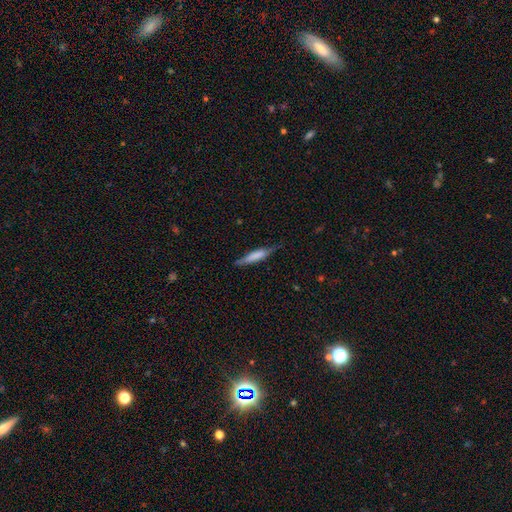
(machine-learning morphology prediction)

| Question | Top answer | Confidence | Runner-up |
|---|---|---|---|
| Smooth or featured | smooth | 62% | featured or disk (32%) |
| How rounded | cigar-shaped | 83% | in between (15%) |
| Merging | none | 71% | minor disturbance (22%) |